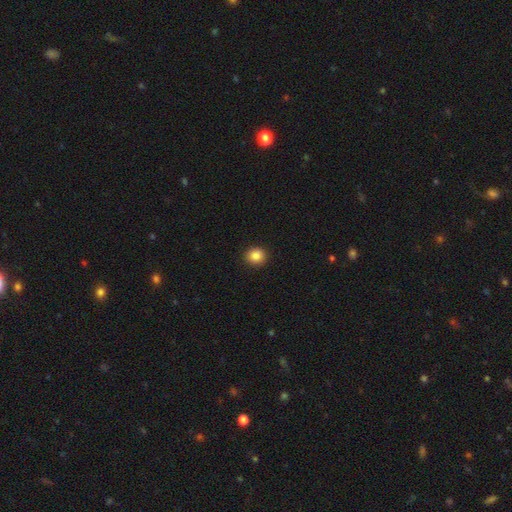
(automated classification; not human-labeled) smooth_or_featured: smooth (p=0.87) [alt: star or artifact p=0.10]
how_rounded: round (p=0.86) [alt: in between p=0.13]
merging: none (p=0.92) [alt: minor disturbance p=0.05]